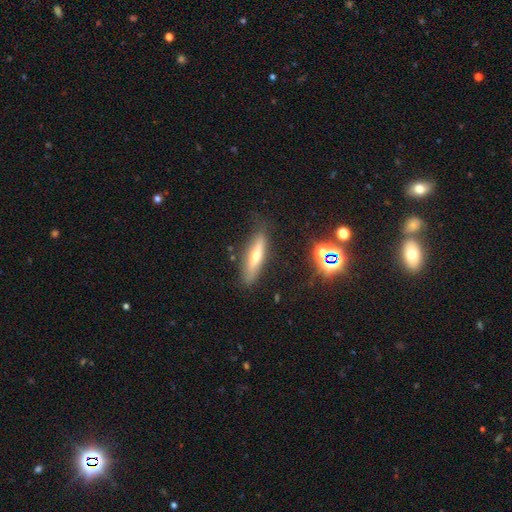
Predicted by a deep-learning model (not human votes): Smooth or featured: featured or disk — 49% (smooth — 41%)
Merging: none — 78% (minor disturbance — 15%)